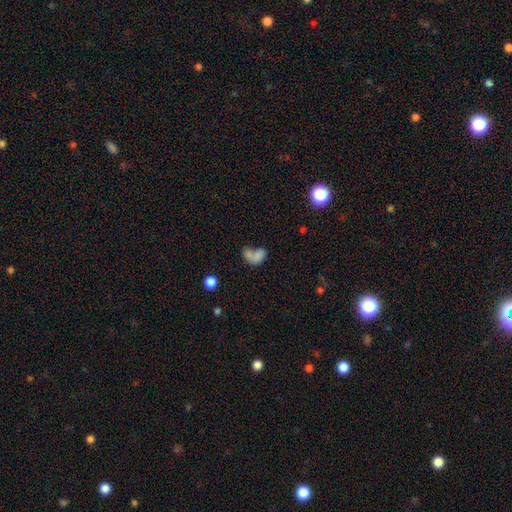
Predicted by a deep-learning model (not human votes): The model was most divided on "merging": merger: 45%, none: 21%, major disturbance: 21%, minor disturbance: 13%. More confident: how rounded — in between (78%); smooth or featured — smooth (68%).